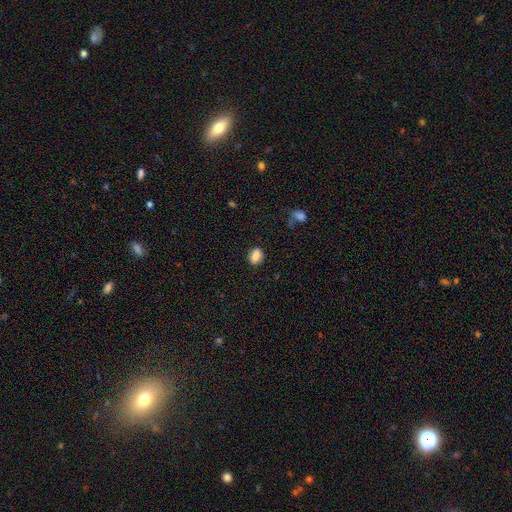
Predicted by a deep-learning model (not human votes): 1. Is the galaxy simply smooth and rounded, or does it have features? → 83% smooth, 9% star or artifact, 8% featured or disk.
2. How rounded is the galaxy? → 73% in between, 24% round, 3% cigar-shaped.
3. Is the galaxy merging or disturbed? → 85% none, 11% minor disturbance, 3% major disturbance, 2% merger.